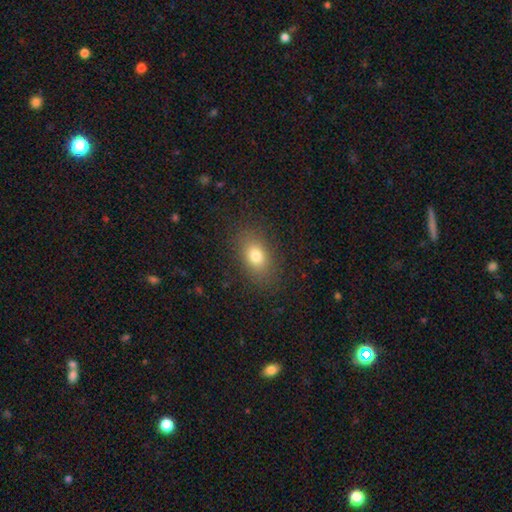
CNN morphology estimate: smooth_or_featured: smooth (p=0.78) [alt: star or artifact p=0.11]
how_rounded: in between (p=0.80) [alt: round p=0.18]
merging: none (p=0.85) [alt: minor disturbance p=0.10]